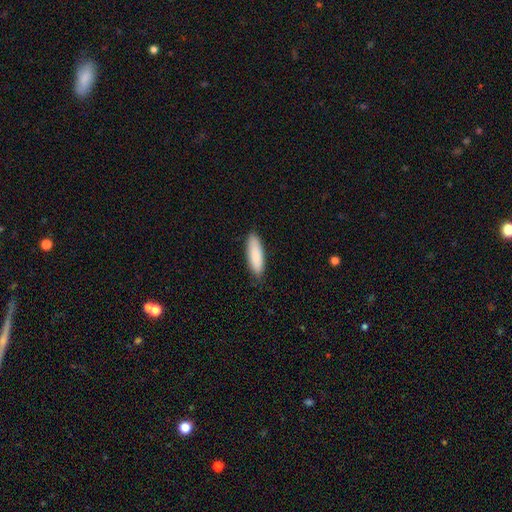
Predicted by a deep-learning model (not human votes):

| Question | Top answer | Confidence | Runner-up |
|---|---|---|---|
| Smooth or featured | smooth | 88% | featured or disk (7%) |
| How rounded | in between | 50% | cigar-shaped (48%) |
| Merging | none | 84% | minor disturbance (13%) |